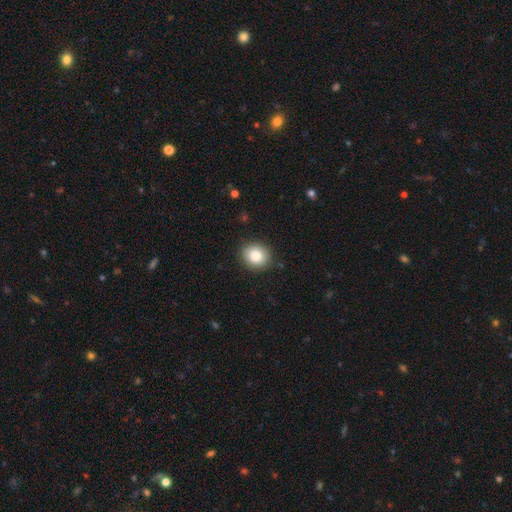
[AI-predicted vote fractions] Smooth or featured? smooth (83%)
How rounded? round (77%)
Merging? none (88%)